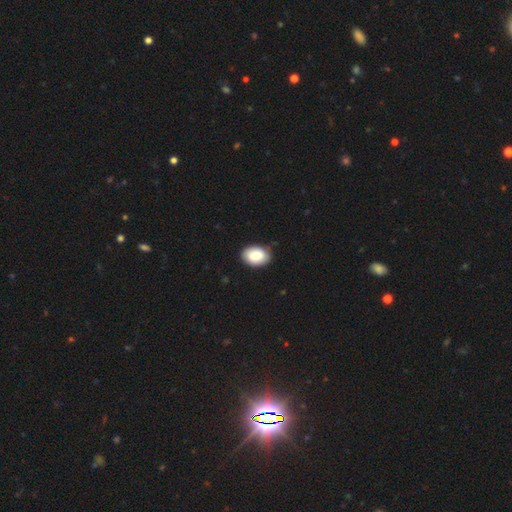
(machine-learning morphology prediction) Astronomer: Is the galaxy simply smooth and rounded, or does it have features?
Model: smooth — 83%.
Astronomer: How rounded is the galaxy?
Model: in between — 85%.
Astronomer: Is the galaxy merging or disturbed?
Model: none — 84%.